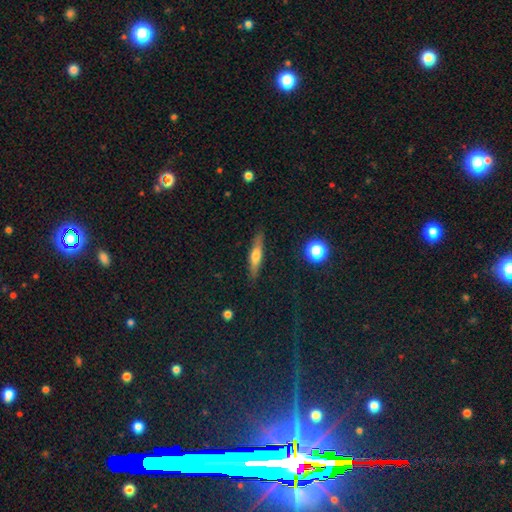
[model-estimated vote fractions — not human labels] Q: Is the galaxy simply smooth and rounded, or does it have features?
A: smooth — 49%.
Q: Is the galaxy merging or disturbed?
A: none — 87%.